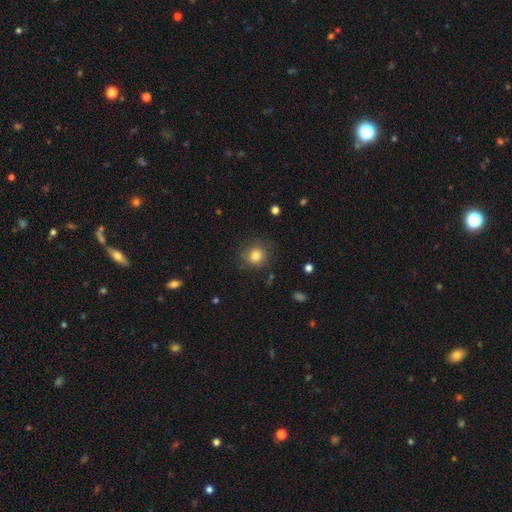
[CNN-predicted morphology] smooth_or_featured: smooth (p=0.80) [alt: star or artifact p=0.11]
how_rounded: round (p=0.89) [alt: in between p=0.10]
merging: none (p=0.79) [alt: minor disturbance p=0.14]